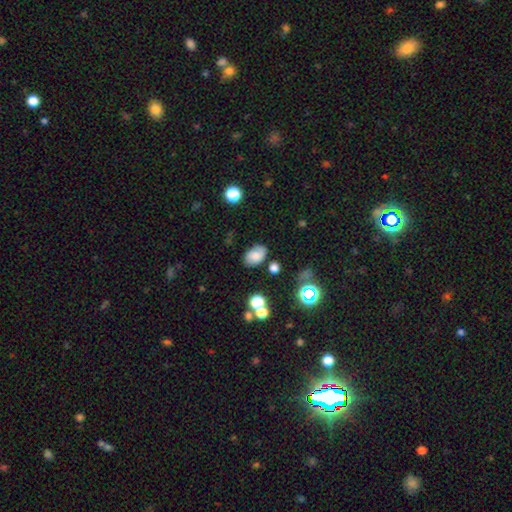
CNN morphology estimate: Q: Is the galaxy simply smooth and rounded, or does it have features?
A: smooth — 69%.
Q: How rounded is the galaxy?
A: in between — 84%.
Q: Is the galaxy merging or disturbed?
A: none — 70%.